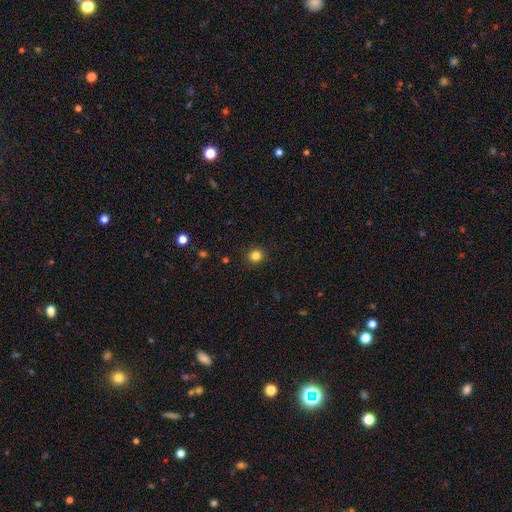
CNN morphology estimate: type=smooth (83%); roundness=round (88%); merging=none (92%).